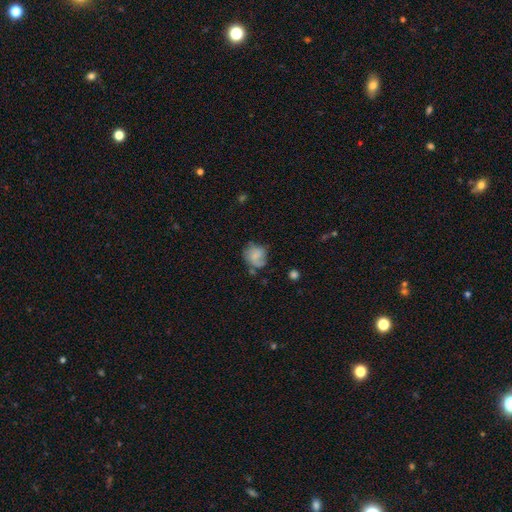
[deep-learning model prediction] A smooth galaxy with no disk features (63%) that is round (68%).

Vote fractions:
- Smooth or featured? smooth: 63% / featured or disk: 28% / star or artifact: 9%
- How rounded? round: 68% / in between: 31% / cigar-shaped: 1%
- Merging? none: 49% / minor disturbance: 29% / major disturbance: 16% / merger: 6%